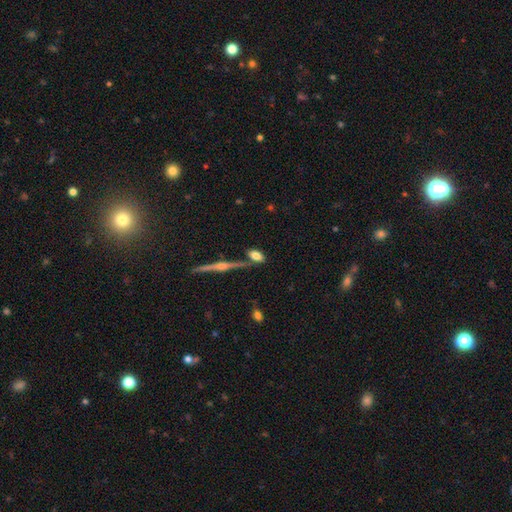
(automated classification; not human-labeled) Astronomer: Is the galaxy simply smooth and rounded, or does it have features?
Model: smooth — 69%.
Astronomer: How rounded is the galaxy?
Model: in between — 84%.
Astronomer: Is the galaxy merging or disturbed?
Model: none — 66%.